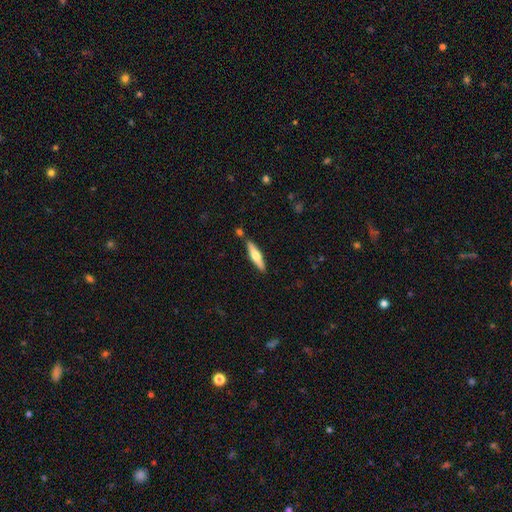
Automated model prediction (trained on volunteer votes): Smooth or featured? Predicted: featured or disk (p=0.51). Edge-on disk? Predicted: yes (p=0.95). Merging? Predicted: none (p=0.85).